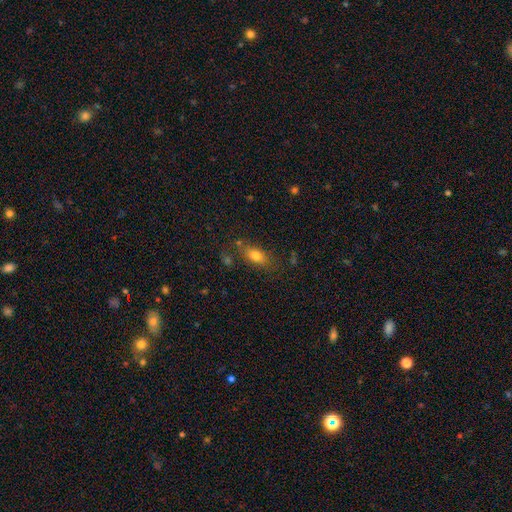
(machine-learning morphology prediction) A smooth galaxy with no disk features (77%) that is in between round and cigar-shaped (81%). Merging: none (71%).